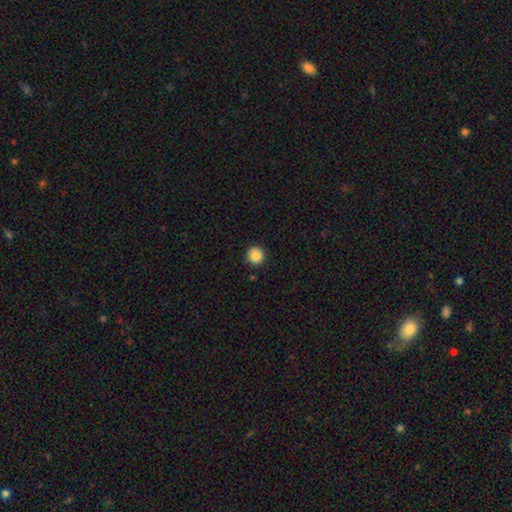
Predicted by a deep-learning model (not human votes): Smooth or featured: smooth — 87% (star or artifact — 10%)
How rounded: round — 94% (in between — 5%)
Merging: none — 91% (minor disturbance — 6%)